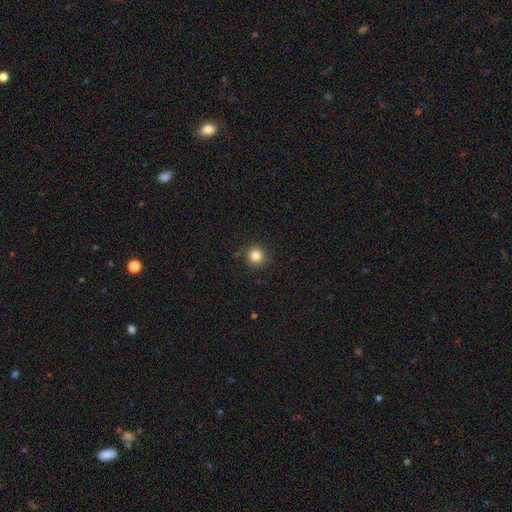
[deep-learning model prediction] Smooth or featured? smooth (84%)
How rounded? round (94%)
Merging? none (90%)